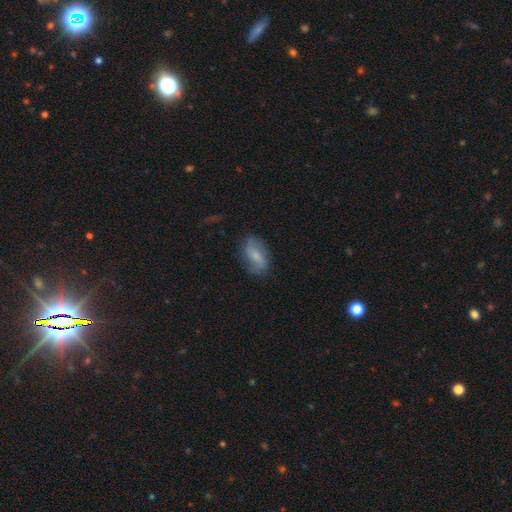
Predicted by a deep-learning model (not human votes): Smooth or featured?
  - smooth: 48% *
  - featured or disk: 44%
  - star or artifact: 8%
Merging?
  - none: 71% *
  - minor disturbance: 21%
  - major disturbance: 7%
  - merger: 2%